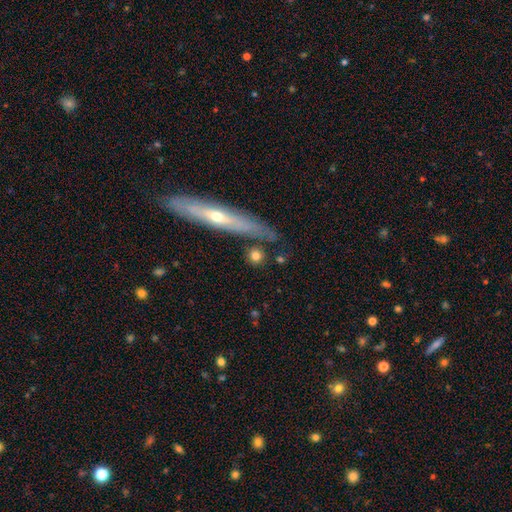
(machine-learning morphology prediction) This appears to be a smooth galaxy with no disk features (73%) that is round (79%). Merging: none (79%).